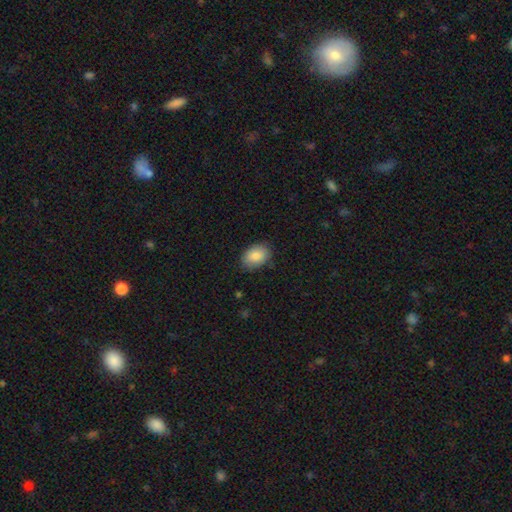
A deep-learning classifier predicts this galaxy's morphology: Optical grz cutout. It shows a smooth galaxy with no disk features (87%) that is in between round and cigar-shaped (84%). Merging: none (83%).